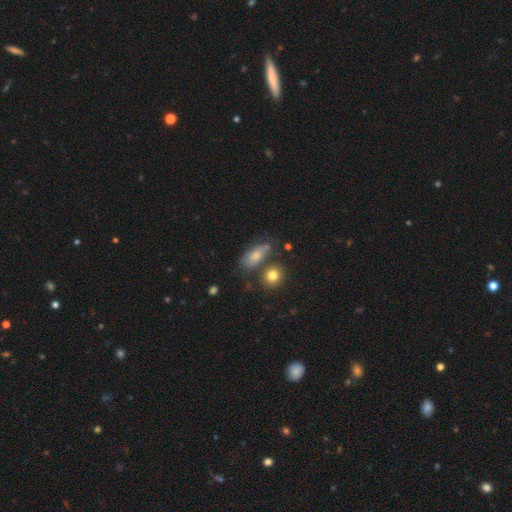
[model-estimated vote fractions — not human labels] Q: Smooth or featured?
A: smooth (69%); runner-up: featured or disk (21%)
Q: How rounded?
A: in between (80%); runner-up: round (11%)
Q: Merging?
A: none (55%); runner-up: minor disturbance (22%)